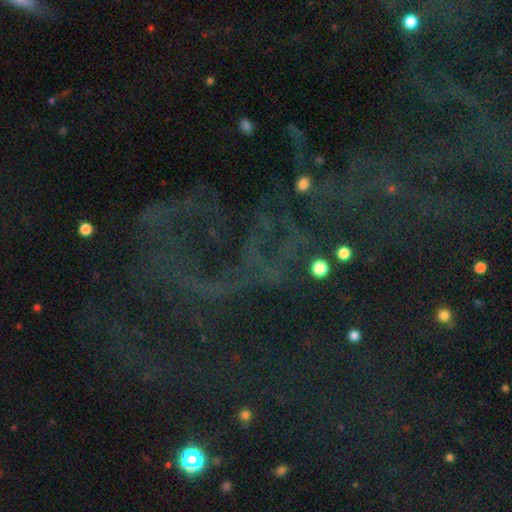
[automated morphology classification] Q: Smooth or featured?
A: star or artifact (66%); runner-up: featured or disk (22%)